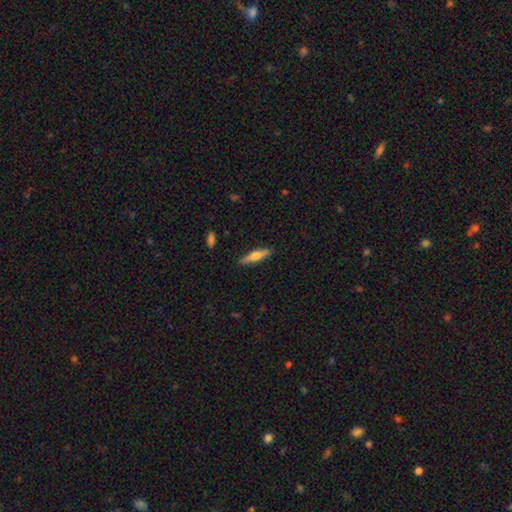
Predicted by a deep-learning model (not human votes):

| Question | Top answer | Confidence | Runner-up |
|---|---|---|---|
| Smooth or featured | smooth | 49% | featured or disk (45%) |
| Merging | none | 89% | minor disturbance (8%) |